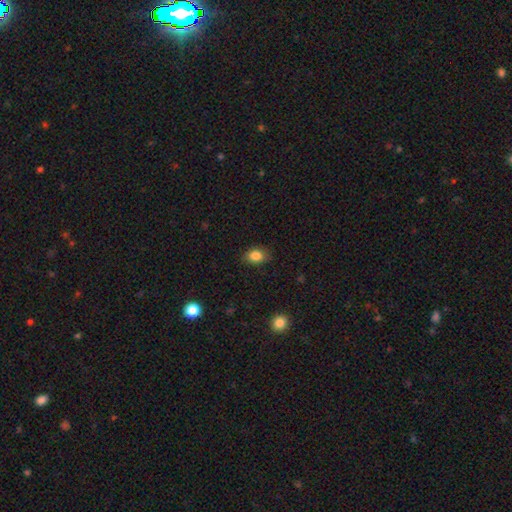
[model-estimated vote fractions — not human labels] Q: Smooth or featured?
A: smooth (85%); runner-up: star or artifact (9%)
Q: How rounded?
A: in between (74%); runner-up: round (24%)
Q: Merging?
A: none (85%); runner-up: minor disturbance (12%)